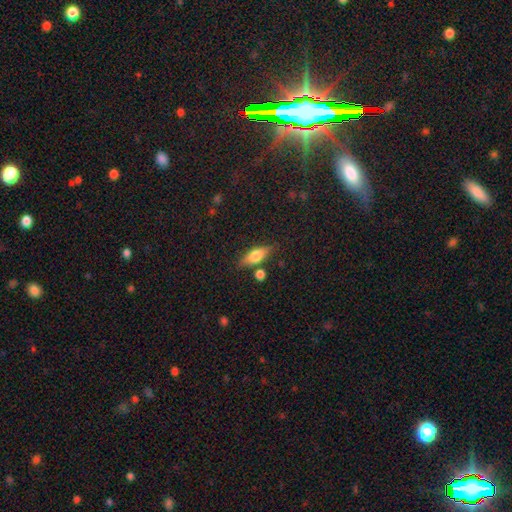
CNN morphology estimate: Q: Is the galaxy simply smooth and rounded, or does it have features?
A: smooth — 64%.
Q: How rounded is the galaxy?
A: in between — 65%.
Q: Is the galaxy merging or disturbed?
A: none — 76%.